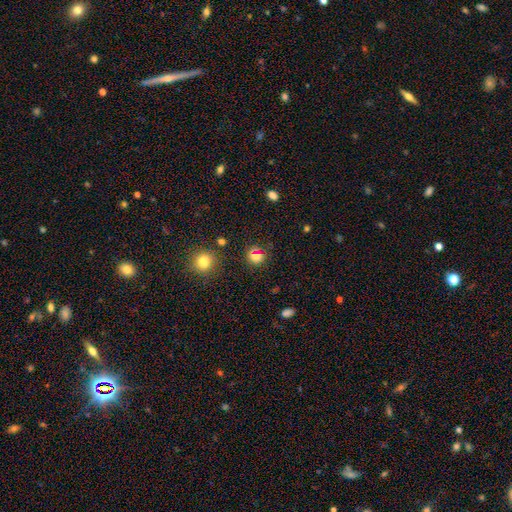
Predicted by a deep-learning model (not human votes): This is likely a smooth galaxy (70%). How rounded: clearly round (83%). Merging: likely none (74%).